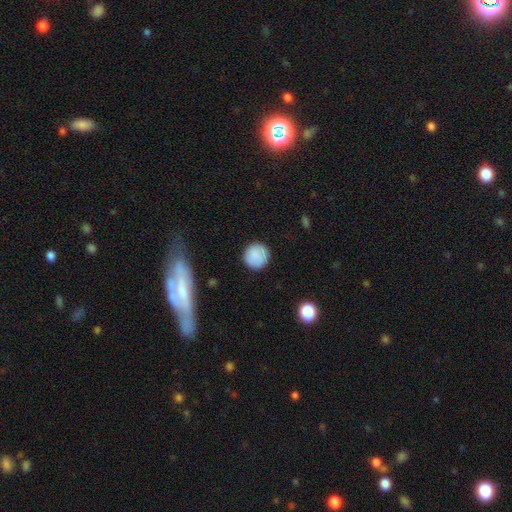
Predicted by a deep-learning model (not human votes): A smooth galaxy with no disk features (87%) that is round (95%).

Vote fractions:
- Smooth or featured? smooth: 87% / star or artifact: 7% / featured or disk: 6%
- How rounded? round: 95% / in between: 4% / cigar-shaped: 1%
- Merging? none: 89% / minor disturbance: 8% / major disturbance: 2% / merger: 1%